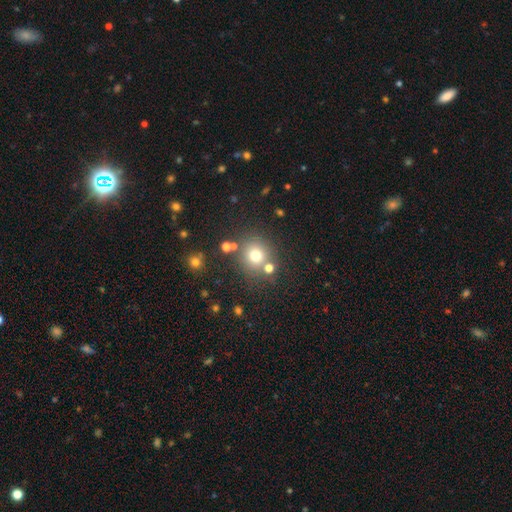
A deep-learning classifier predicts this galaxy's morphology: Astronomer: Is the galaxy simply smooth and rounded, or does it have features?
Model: smooth — 72%.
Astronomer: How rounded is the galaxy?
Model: round — 89%.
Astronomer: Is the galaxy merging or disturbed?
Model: none — 74%.